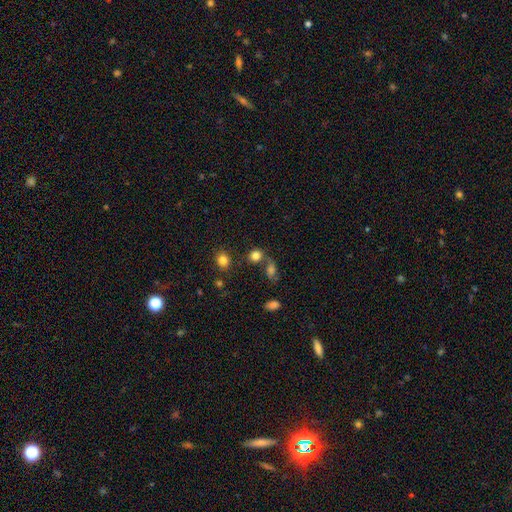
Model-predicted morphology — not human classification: smooth 80%, star or artifact 13%, featured or disk 7%. Down the decision tree: how rounded — round (72%); merging — none (57%).